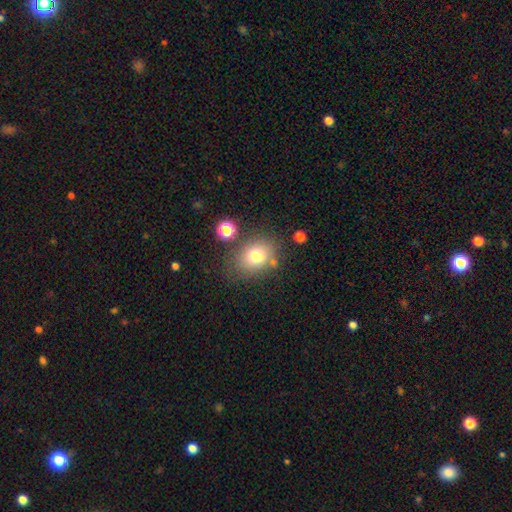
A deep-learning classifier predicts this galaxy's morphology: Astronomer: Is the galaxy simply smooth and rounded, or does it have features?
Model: smooth — 76%.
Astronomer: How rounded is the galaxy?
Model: in between — 56% (runner-up: round, 43%).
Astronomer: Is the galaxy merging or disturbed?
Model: none — 69%.